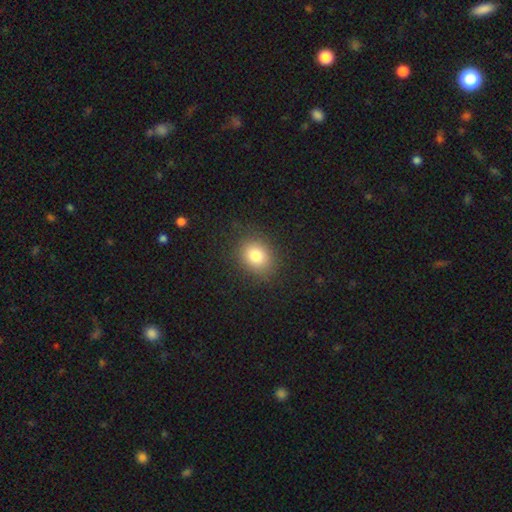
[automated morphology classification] This appears to be a smooth galaxy with no disk features (81%) that is round (56%). Merging: none (84%).